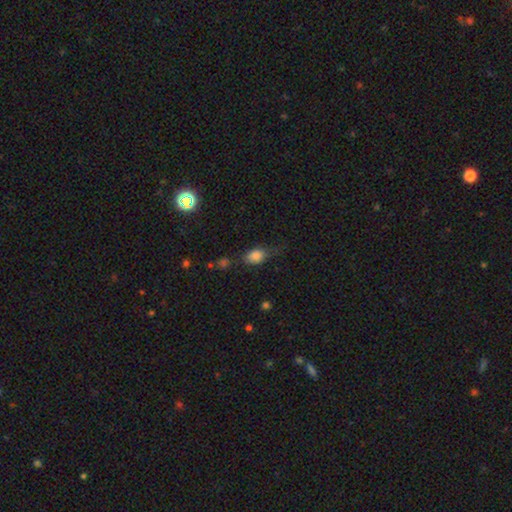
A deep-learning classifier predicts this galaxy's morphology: Q: Smooth or featured?
A: smooth (80%); runner-up: star or artifact (11%)
Q: How rounded?
A: in between (75%); runner-up: round (21%)
Q: Merging?
A: none (48%); runner-up: minor disturbance (32%)